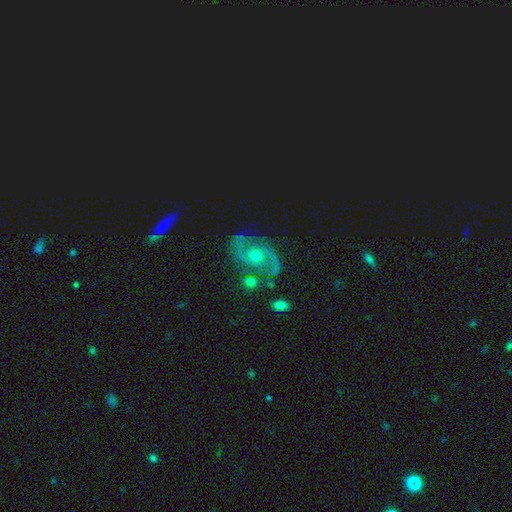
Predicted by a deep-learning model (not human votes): Smooth or featured: featured or disk — 72% (star or artifact — 18%)
Edge-on disk: no — 97% (yes — 3%)
Bar: no — 68% (weak — 25%)
Spiral arms: yes — 92% (no — 8%)
Spiral winding: medium — 53% (tight — 24%)
Spiral arm count: 2 — 87% (can't tell — 5%)
Bulge size: moderate — 59% (small — 35%)
Merging: none — 69% (minor disturbance — 16%)